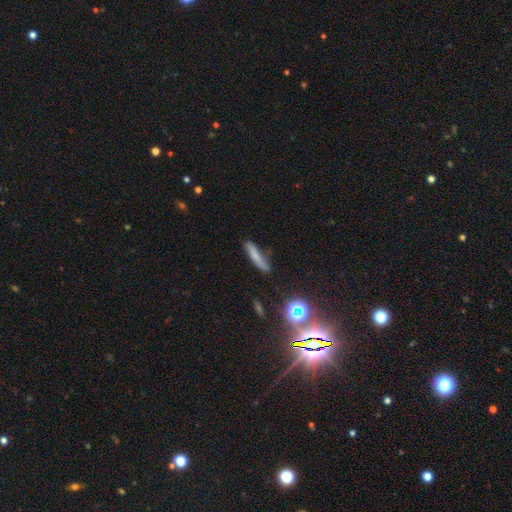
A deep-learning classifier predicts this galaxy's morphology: The model was most divided on "merging": none: 70%, minor disturbance: 20%, major disturbance: 6%, merger: 4%. More confident: how rounded — cigar-shaped (87%); smooth or featured — smooth (69%).